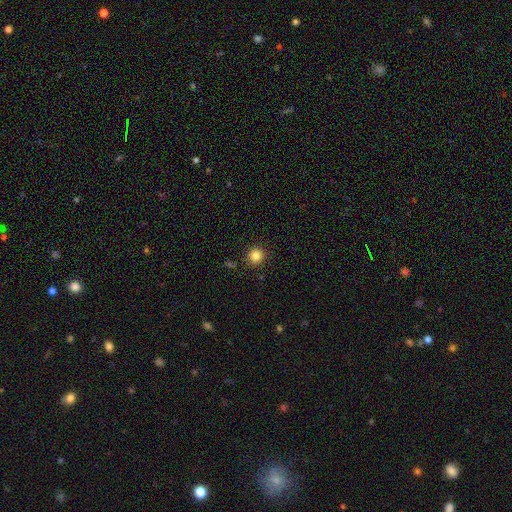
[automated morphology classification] A smooth galaxy with no disk features (84%) that is round (94%). Merging: none (91%).